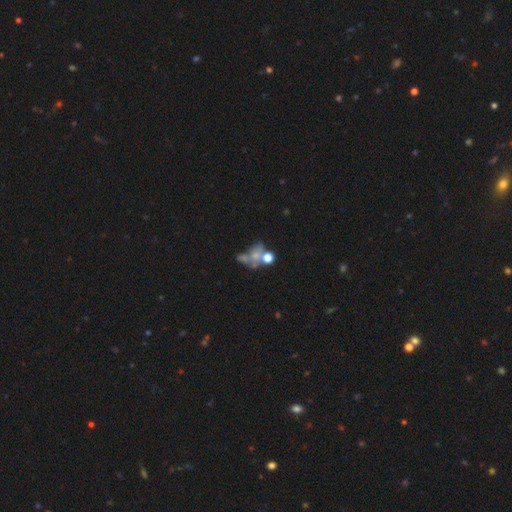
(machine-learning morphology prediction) A featured or disk galaxy (39%). Merging: merger (35%).